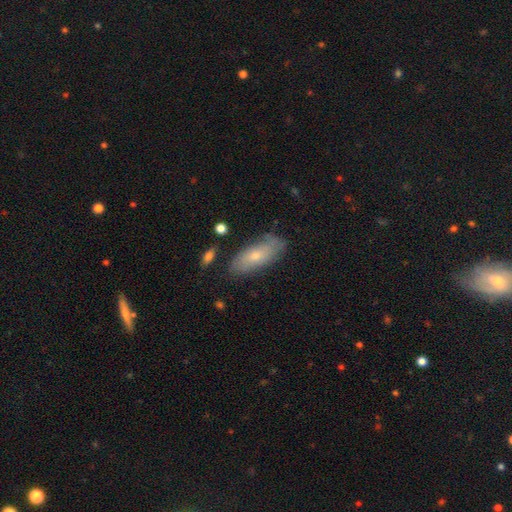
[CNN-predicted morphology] A smooth galaxy with no disk features (62%) that is in between round and cigar-shaped (79%).

Vote fractions:
- Smooth or featured? smooth: 62% / featured or disk: 31% / star or artifact: 7%
- How rounded? in between: 79% / cigar-shaped: 19% / round: 2%
- Merging? none: 73% / minor disturbance: 19% / major disturbance: 4% / merger: 3%